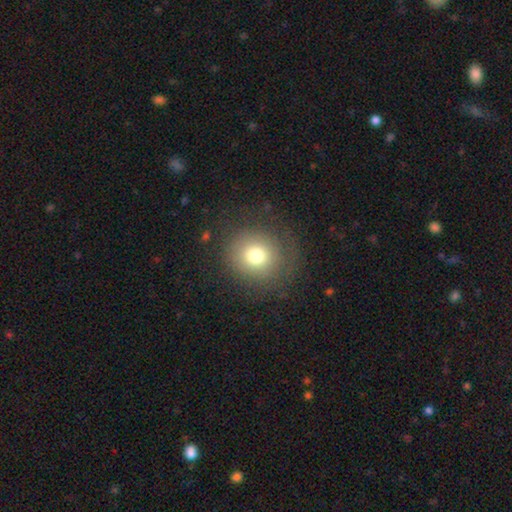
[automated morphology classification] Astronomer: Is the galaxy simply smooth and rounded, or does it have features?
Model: smooth — 73%.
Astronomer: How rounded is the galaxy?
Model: round — 87%.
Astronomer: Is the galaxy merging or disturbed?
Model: none — 78%.